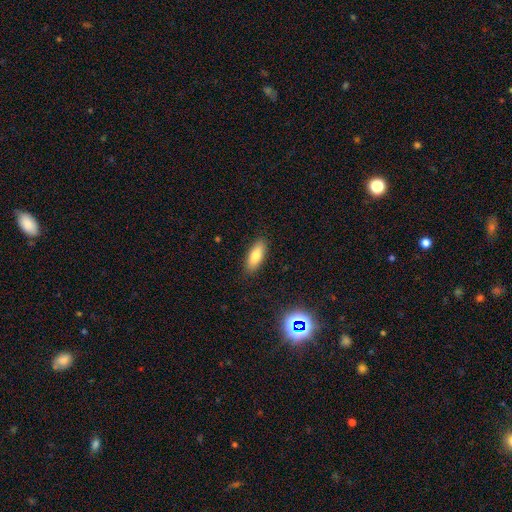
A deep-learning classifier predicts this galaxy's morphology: Q: Smooth or featured?
A: smooth (79%); runner-up: featured or disk (13%)
Q: How rounded?
A: in between (72%); runner-up: cigar-shaped (26%)
Q: Merging?
A: none (88%); runner-up: minor disturbance (9%)